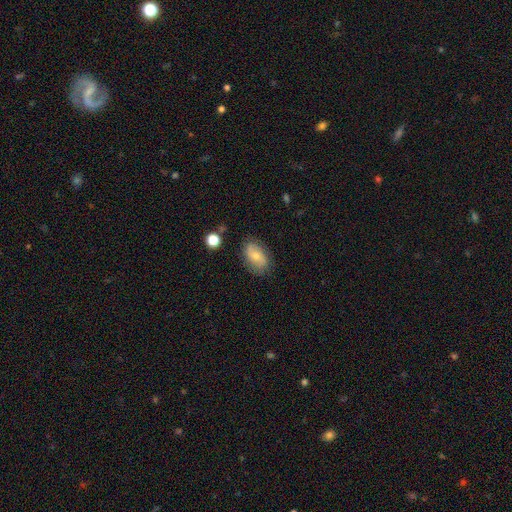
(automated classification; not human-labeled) This is possibly a smooth galaxy (58%). How rounded: clearly in between (89%). Merging: likely none (77%).